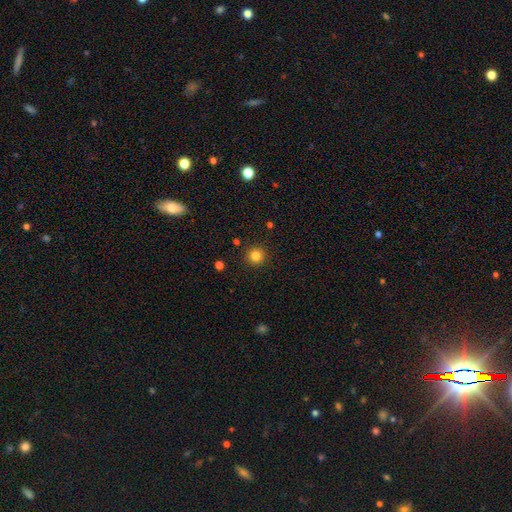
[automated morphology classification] Smooth or featured?
  - smooth: 83% *
  - star or artifact: 13%
  - featured or disk: 5%
How rounded?
  - round: 95% *
  - in between: 4%
  - cigar-shaped: 1%
Merging?
  - none: 91% *
  - minor disturbance: 5%
  - major disturbance: 2%
  - merger: 1%